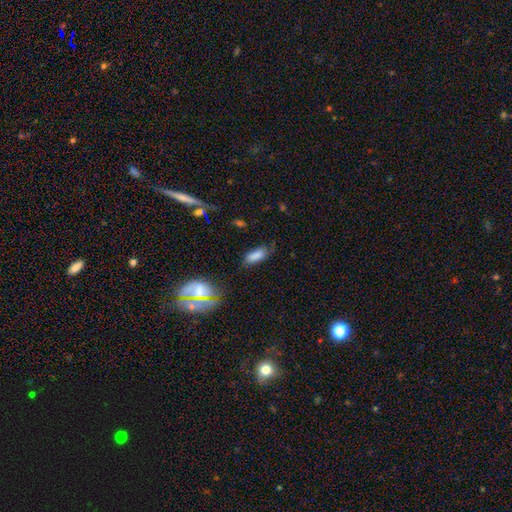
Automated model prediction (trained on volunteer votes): Q: Smooth or featured?
A: smooth (81%); runner-up: star or artifact (11%)
Q: How rounded?
A: in between (80%); runner-up: cigar-shaped (17%)
Q: Merging?
A: none (66%); runner-up: minor disturbance (25%)